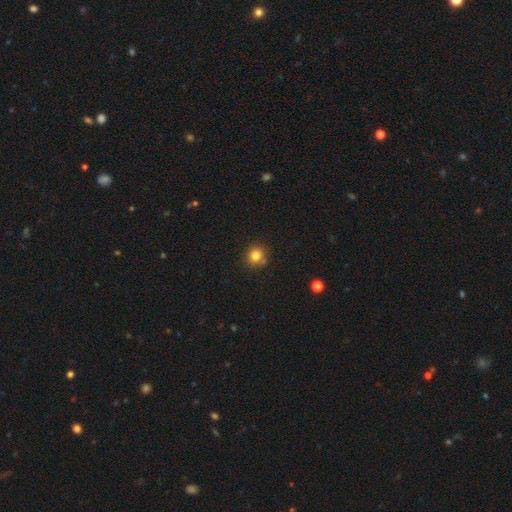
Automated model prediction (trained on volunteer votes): This appears to be a smooth galaxy with no disk features (81%) that is round (84%). Merging: none (80%).